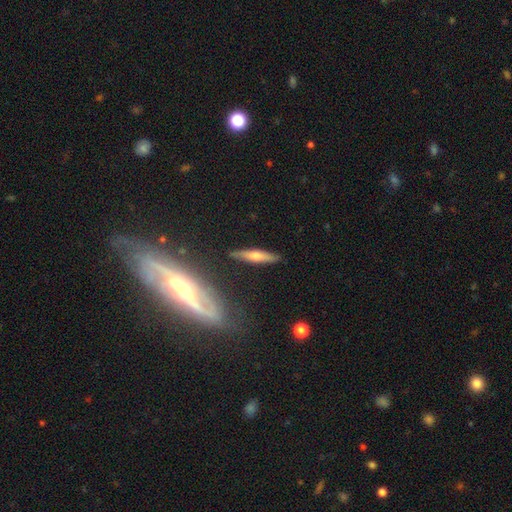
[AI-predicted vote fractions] Morphology: type=featured or disk (55%); edge-on=yes (89%); merging=none (84%).